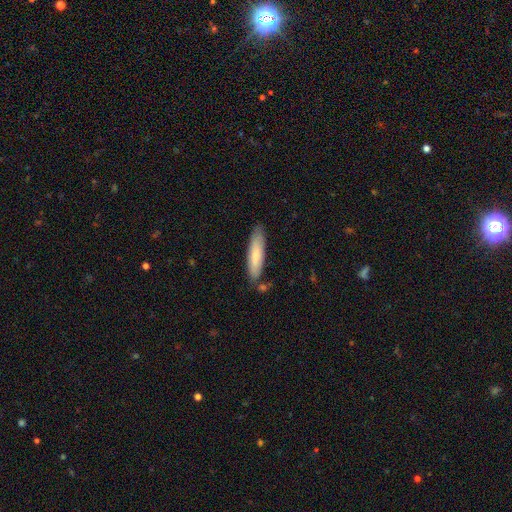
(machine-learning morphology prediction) smooth_or_featured: smooth (p=0.79) [alt: featured or disk p=0.15]
how_rounded: cigar-shaped (p=0.76) [alt: in between p=0.23]
merging: none (p=0.79) [alt: minor disturbance p=0.14]